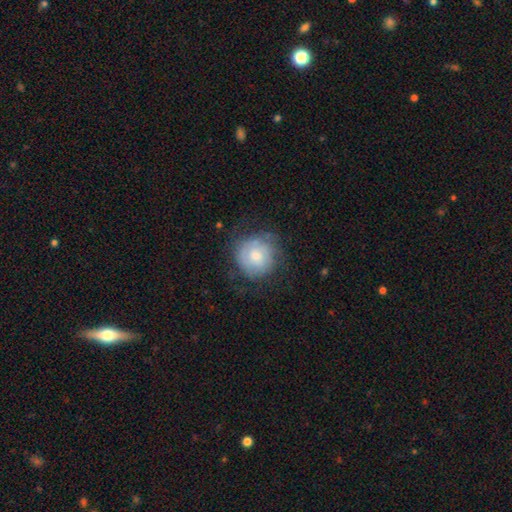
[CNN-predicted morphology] This is possibly a smooth galaxy (51%). How rounded: clearly round (90%). Merging: likely none (62%).